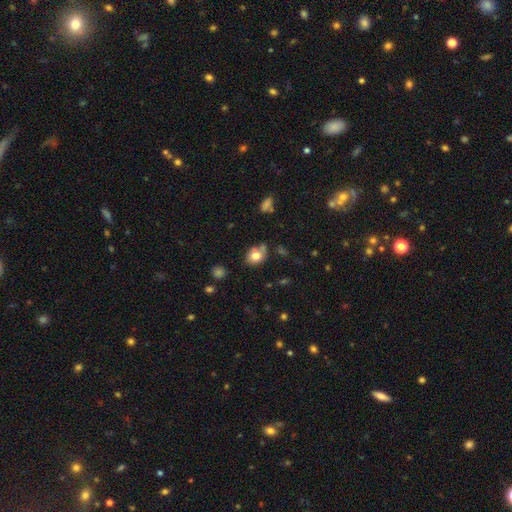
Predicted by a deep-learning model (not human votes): Smooth or featured? Predicted: smooth (p=0.77). How rounded? Predicted: in between (p=0.53). Merging? Predicted: none (p=0.58).